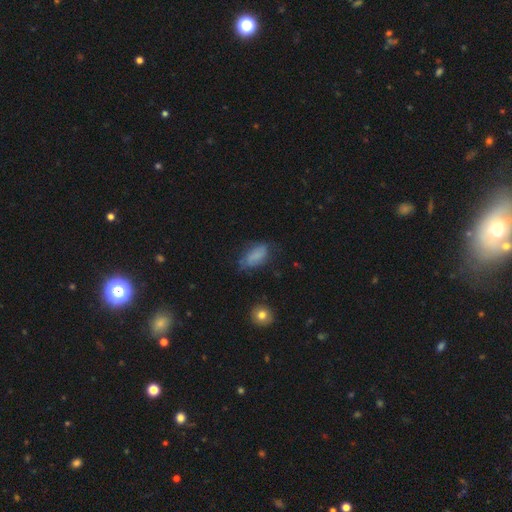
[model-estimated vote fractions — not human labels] This appears to be a smooth galaxy with no disk features (74%) that is in between round and cigar-shaped (88%). Merging: none (55%).